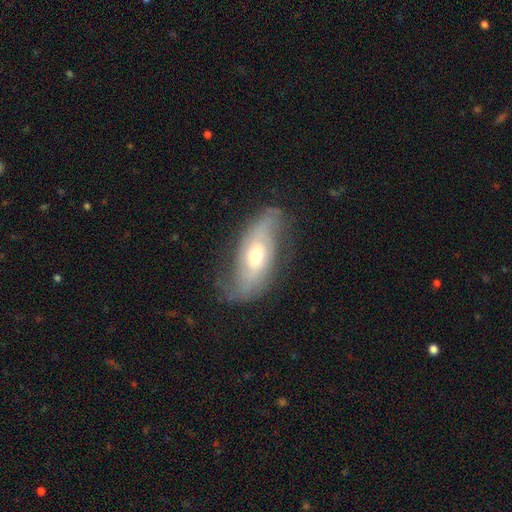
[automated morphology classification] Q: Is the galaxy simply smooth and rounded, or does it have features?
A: featured or disk — 72%.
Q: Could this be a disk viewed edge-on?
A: no — 87%.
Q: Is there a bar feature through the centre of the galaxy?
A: no — 57%.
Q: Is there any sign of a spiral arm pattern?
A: yes — 85%.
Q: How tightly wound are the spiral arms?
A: loose — 41%.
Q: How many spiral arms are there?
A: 2 — 75%.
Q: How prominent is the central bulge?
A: moderate — 66%.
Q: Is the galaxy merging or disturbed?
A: none — 67%.